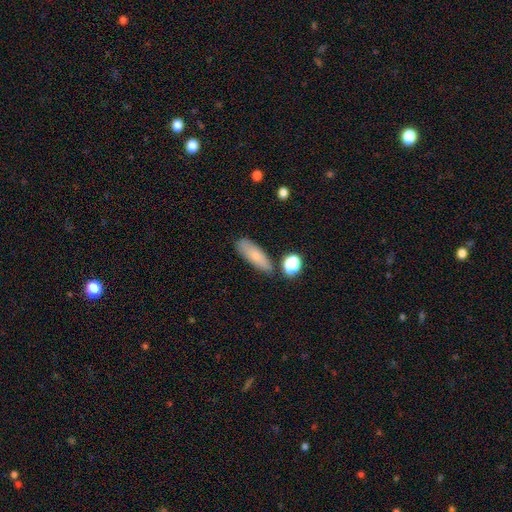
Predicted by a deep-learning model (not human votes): Morphology: type=smooth (77%); roundness=in between (57%); merging=none (77%).